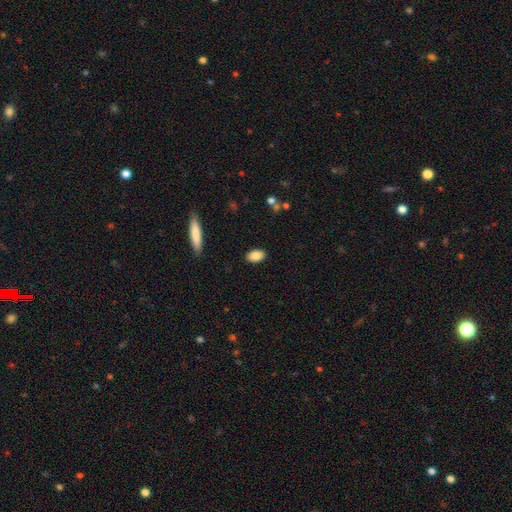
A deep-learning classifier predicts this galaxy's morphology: A smooth galaxy with no disk features (87%) that is in between round and cigar-shaped (90%).

Vote fractions:
- Smooth or featured? smooth: 87% / star or artifact: 7% / featured or disk: 6%
- How rounded? in between: 90% / round: 6% / cigar-shaped: 3%
- Merging? none: 88% / minor disturbance: 9% / major disturbance: 2% / merger: 1%